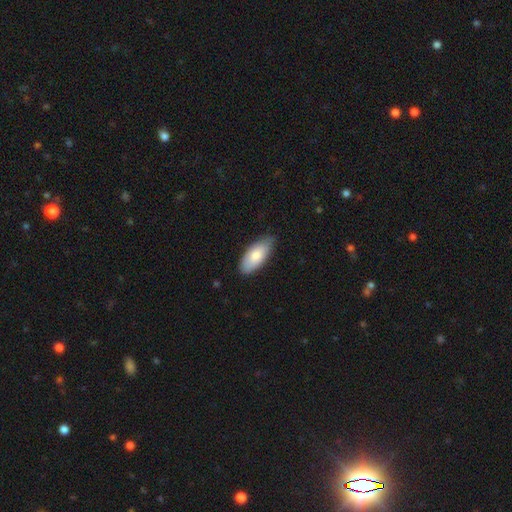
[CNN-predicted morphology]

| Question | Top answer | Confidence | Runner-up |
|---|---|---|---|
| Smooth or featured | smooth | 79% | featured or disk (16%) |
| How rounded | in between | 88% | cigar-shaped (10%) |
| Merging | none | 77% | minor disturbance (20%) |